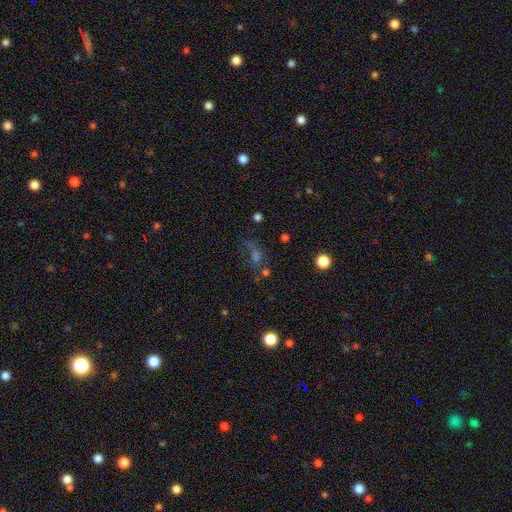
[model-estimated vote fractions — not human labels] Smooth or featured? smooth (39%)
Merging? none (48%)